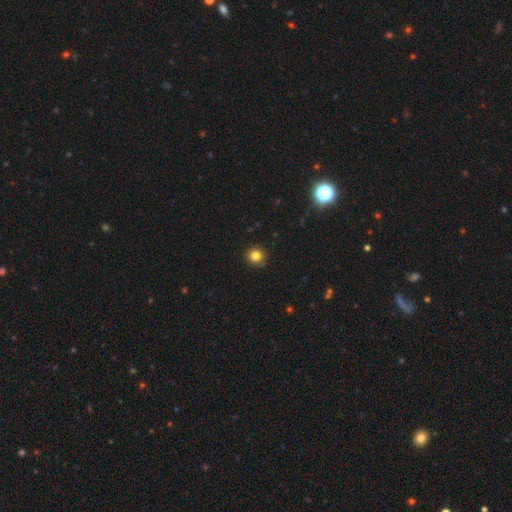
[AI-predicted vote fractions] Smooth or featured: smooth — 82% (star or artifact — 13%)
How rounded: round — 94% (in between — 5%)
Merging: none — 91% (minor disturbance — 6%)